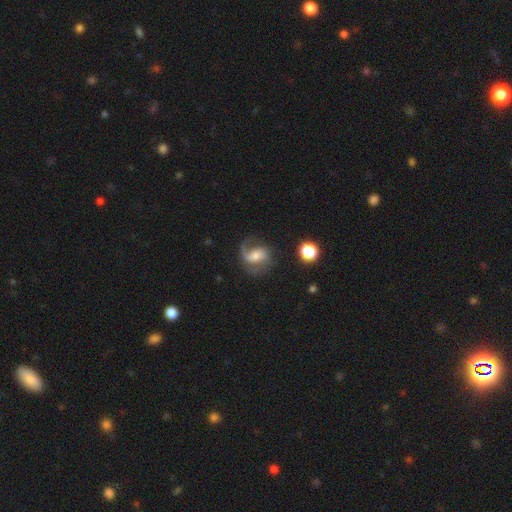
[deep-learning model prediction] Overall: featured or disk (78%). Edge-on disk: no (98%). Bar: weak (45%; no 39%). Spiral arms: yes (94%). Spiral arm count: 2 (57%; 1 35%). Spiral winding: medium (46%; loose 41%). Bulge size: moderate (52%; small 33%). Merging: none (59%; major disturbance 19%).